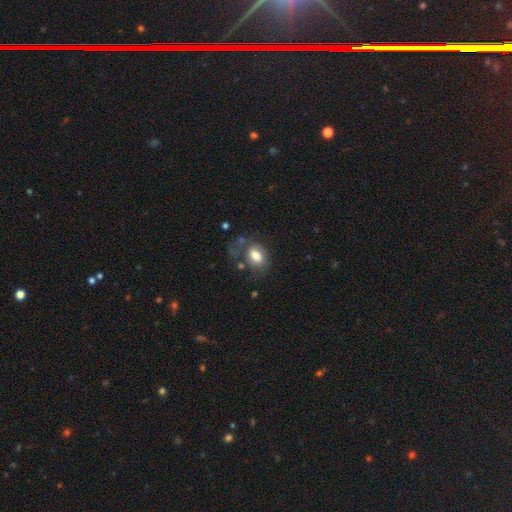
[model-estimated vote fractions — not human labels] The model was most divided on "merging": none: 49%, minor disturbance: 23%, major disturbance: 20%, merger: 8%. More confident: smooth or featured — smooth (77%); how rounded — in between (69%).